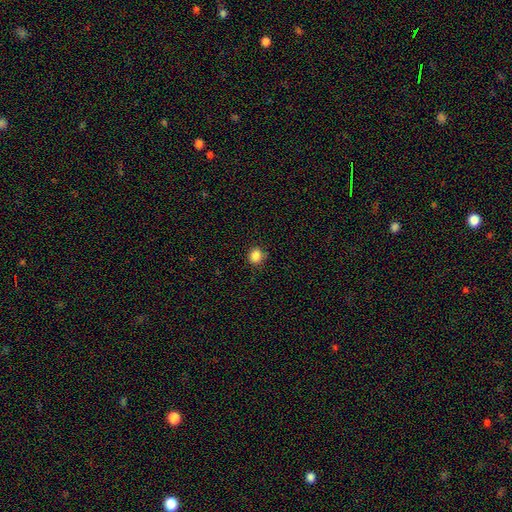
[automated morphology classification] Smooth or featured?
  - smooth: 86% *
  - star or artifact: 11%
  - featured or disk: 3%
How rounded?
  - round: 81% *
  - in between: 18%
  - cigar-shaped: 1%
Merging?
  - none: 85% *
  - minor disturbance: 12%
  - major disturbance: 3%
  - merger: 1%